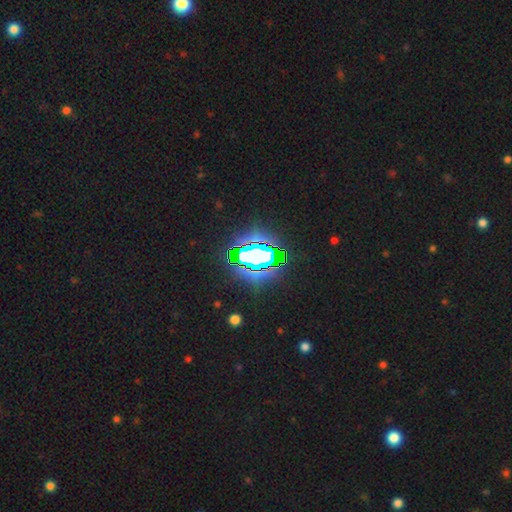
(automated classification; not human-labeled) smooth_or_featured: star or artifact (p=0.71) [alt: smooth p=0.16]